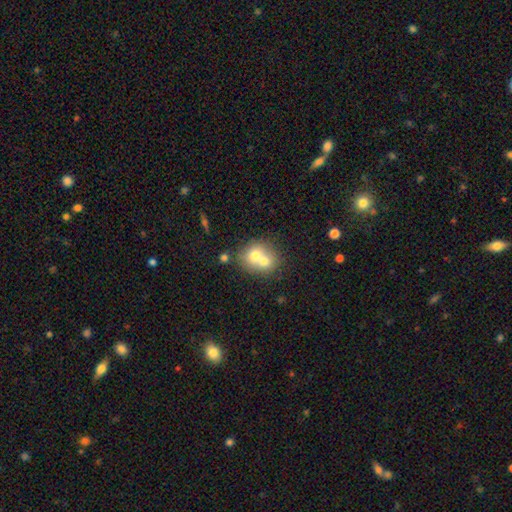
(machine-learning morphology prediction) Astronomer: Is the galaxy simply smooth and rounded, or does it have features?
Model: smooth — 67%.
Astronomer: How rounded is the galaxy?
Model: round — 68%.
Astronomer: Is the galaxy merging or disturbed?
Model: merger — 67%.